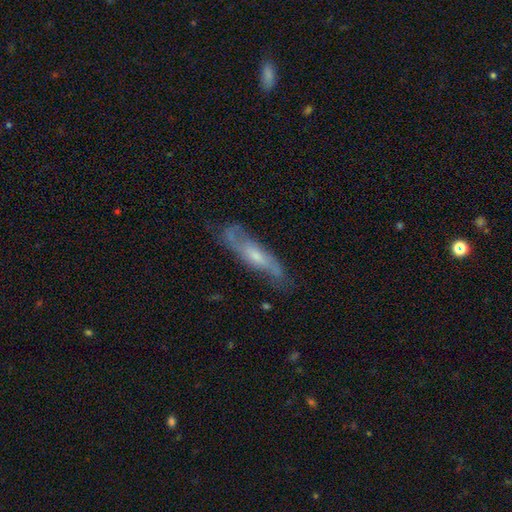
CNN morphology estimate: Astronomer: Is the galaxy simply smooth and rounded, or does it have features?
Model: featured or disk — 63%.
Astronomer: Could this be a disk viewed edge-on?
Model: no — 62% (runner-up: yes, 38%).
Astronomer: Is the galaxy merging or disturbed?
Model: none — 66%.